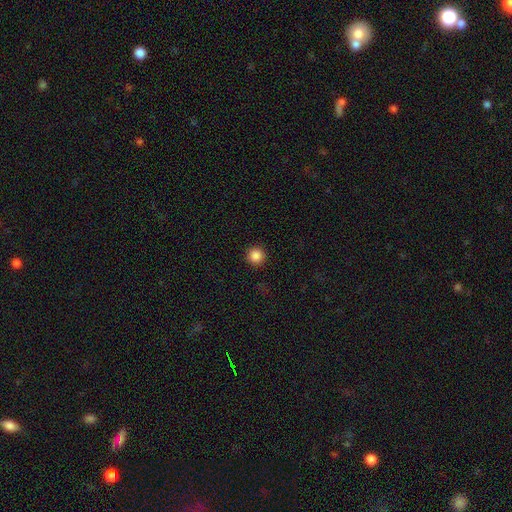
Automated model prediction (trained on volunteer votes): Q: Smooth or featured?
A: smooth (86%); runner-up: star or artifact (11%)
Q: How rounded?
A: round (96%); runner-up: in between (3%)
Q: Merging?
A: none (93%); runner-up: minor disturbance (5%)